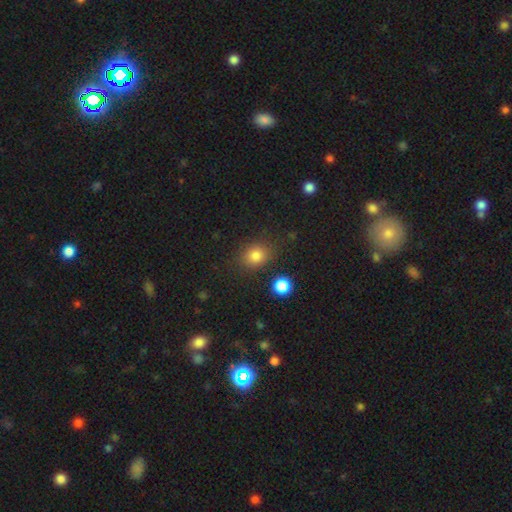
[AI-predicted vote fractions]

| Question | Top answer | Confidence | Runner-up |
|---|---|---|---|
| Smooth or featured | smooth | 81% | star or artifact (13%) |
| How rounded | round | 57% | in between (42%) |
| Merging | none | 81% | minor disturbance (12%) |